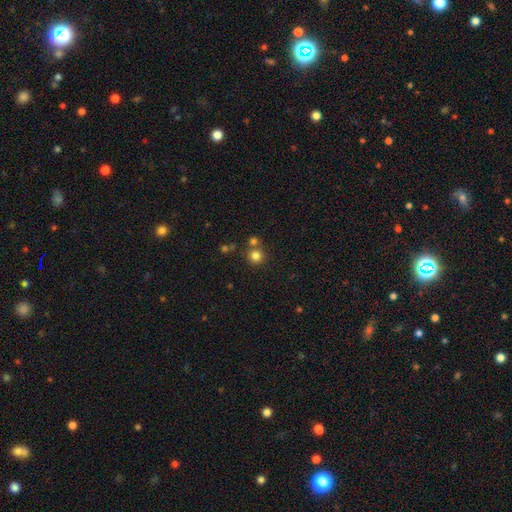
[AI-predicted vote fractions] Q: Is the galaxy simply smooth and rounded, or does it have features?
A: smooth — 80%.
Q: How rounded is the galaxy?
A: round — 93%.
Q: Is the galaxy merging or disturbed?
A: none — 67%.